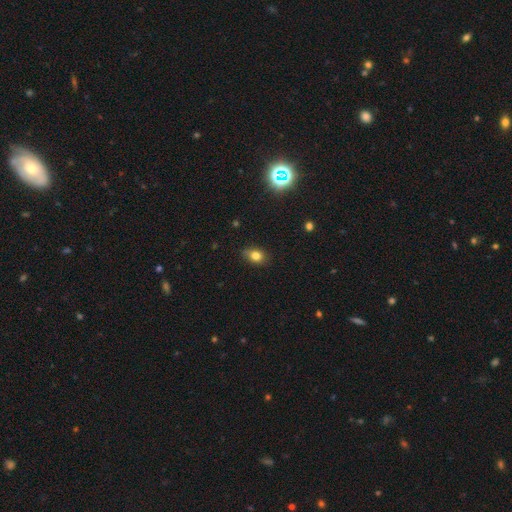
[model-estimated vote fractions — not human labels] smooth_or_featured: smooth (p=0.79) [alt: star or artifact p=0.12]
how_rounded: in between (p=0.63) [alt: round p=0.35]
merging: none (p=0.78) [alt: minor disturbance p=0.18]